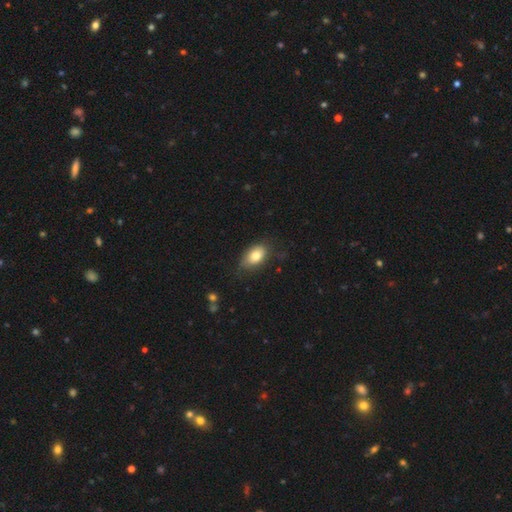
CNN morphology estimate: This appears to be a smooth galaxy with no disk features (80%) that is in between round and cigar-shaped (88%). Merging: none (71%).